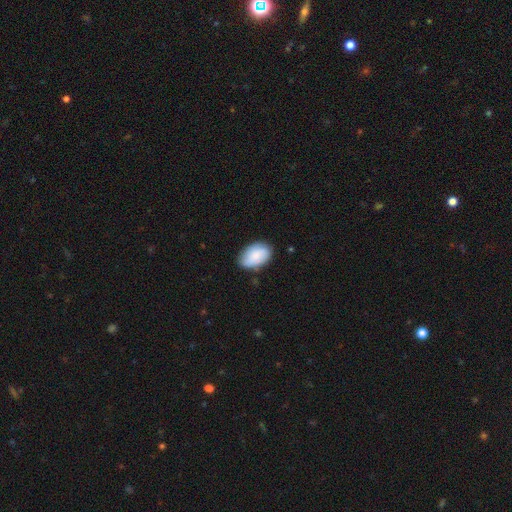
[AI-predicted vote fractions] Smooth or featured? Predicted: smooth (p=0.77). How rounded? Predicted: in between (p=0.90). Merging? Predicted: none (p=0.74).